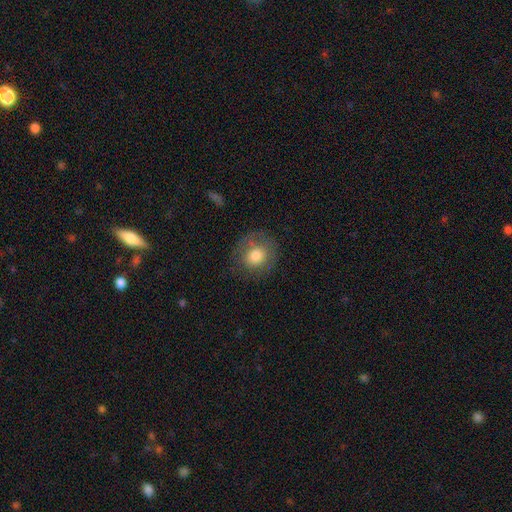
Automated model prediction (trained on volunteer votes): Smooth or featured: smooth — 73% (featured or disk — 18%)
How rounded: round — 83% (in between — 16%)
Merging: none — 74% (minor disturbance — 17%)